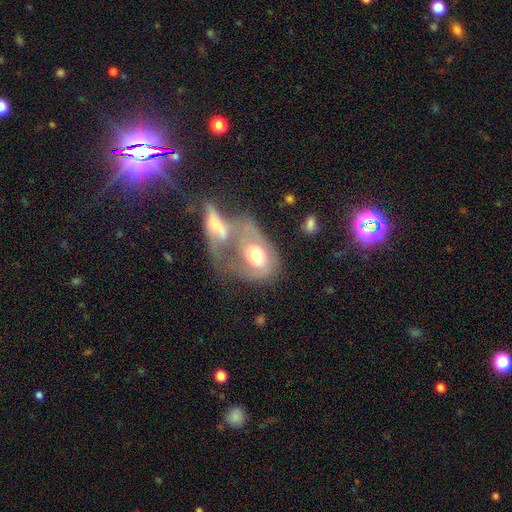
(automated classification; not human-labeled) A featured or disk galaxy (55%) with no bar (68%), spiral arms (58%) and a moderate central bulge (63%). Merging: merger (66%).